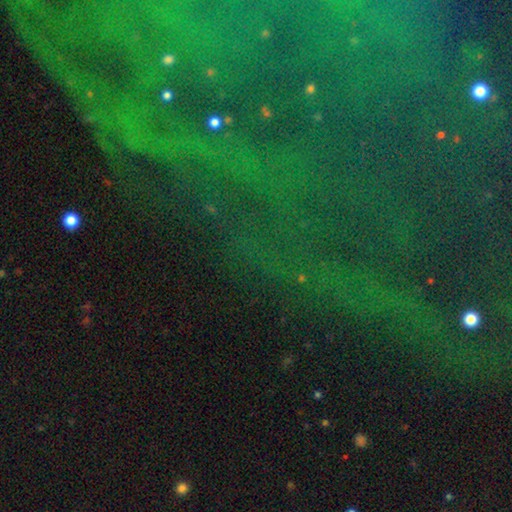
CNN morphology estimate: The model was most divided on "smooth or featured": star or artifact: 78%, featured or disk: 13%, smooth: 10%.